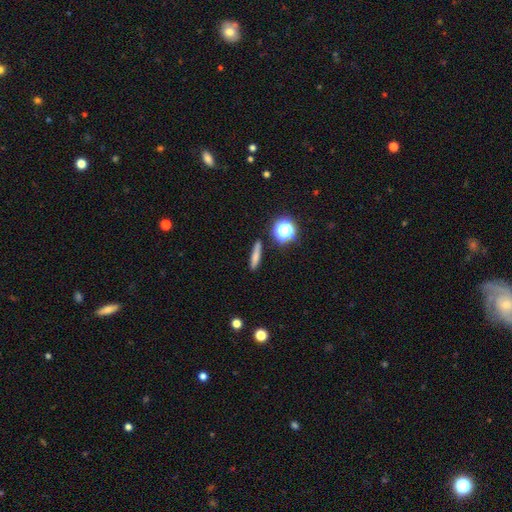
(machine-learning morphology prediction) Smooth or featured? smooth (71%)
How rounded? cigar-shaped (81%)
Merging? none (86%)